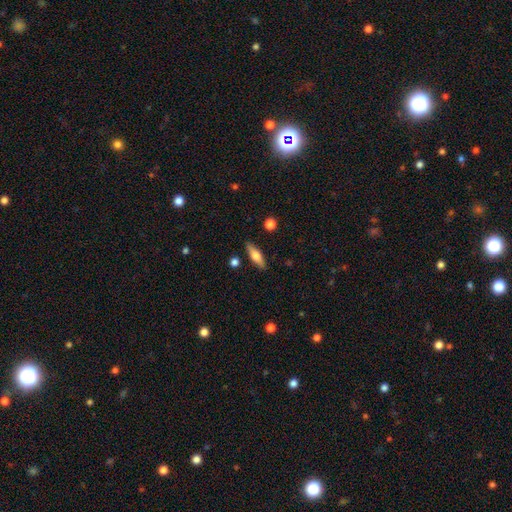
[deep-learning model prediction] smooth_or_featured: smooth (p=0.55) [alt: featured or disk p=0.38]
how_rounded: cigar-shaped (p=0.56) [alt: in between p=0.41]
merging: none (p=0.87) [alt: minor disturbance p=0.09]